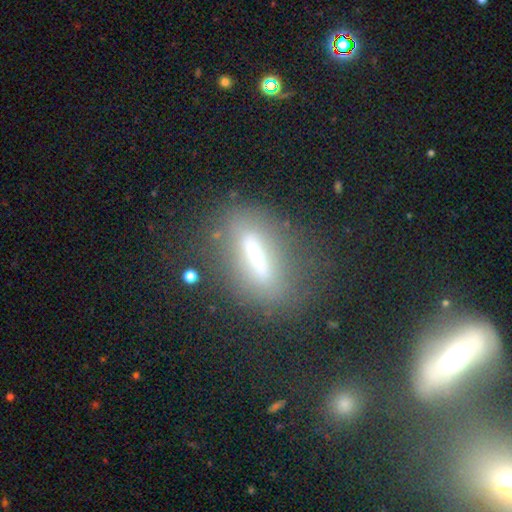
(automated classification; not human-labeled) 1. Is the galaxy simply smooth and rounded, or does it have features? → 46% featured or disk, 41% smooth, 13% star or artifact.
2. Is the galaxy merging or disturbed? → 72% none, 14% minor disturbance, 11% major disturbance, 4% merger.